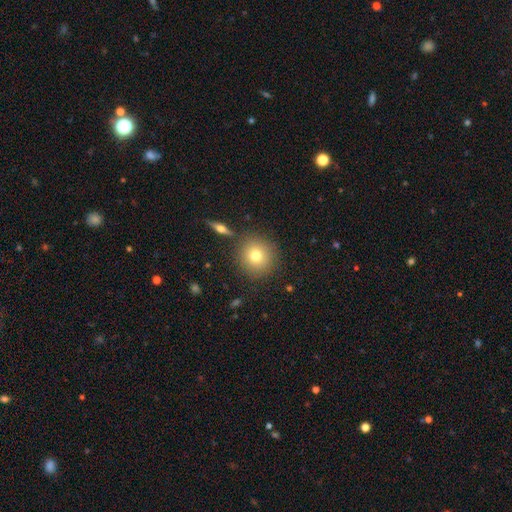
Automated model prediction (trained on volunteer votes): This is likely a smooth galaxy (74%). How rounded: clearly round (93%). Merging: clearly none (85%).